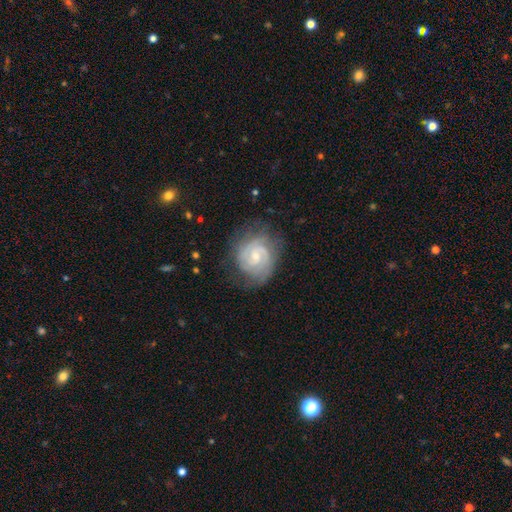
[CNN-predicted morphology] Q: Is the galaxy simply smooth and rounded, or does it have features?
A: featured or disk — 85%.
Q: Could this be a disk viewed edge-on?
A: no — 98%.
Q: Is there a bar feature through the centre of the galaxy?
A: no — 48%.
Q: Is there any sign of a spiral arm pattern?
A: yes — 97%.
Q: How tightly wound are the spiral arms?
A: tight — 67%.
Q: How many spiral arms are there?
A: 2 — 60%.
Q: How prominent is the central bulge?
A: small — 63%.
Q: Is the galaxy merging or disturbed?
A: none — 73%.